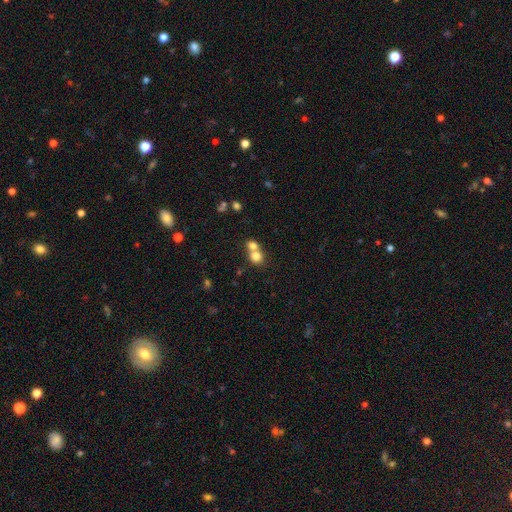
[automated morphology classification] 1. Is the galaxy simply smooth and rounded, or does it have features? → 77% smooth, 12% featured or disk, 12% star or artifact.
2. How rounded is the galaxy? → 78% round, 21% in between, 1% cigar-shaped.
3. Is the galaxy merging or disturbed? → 57% merger, 35% none, 5% minor disturbance, 3% major disturbance.